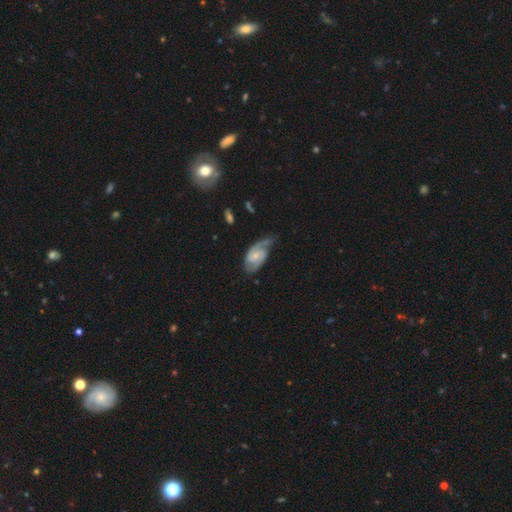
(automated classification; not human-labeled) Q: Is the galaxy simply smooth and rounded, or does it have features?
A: featured or disk — 80%.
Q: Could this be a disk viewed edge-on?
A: no — 96%.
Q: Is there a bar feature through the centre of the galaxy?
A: no — 48%.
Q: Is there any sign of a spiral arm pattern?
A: yes — 96%.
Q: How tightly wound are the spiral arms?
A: medium — 47%.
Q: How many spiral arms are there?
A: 2 — 78%.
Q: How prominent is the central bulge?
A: small — 57%.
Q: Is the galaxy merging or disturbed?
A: none — 58%.